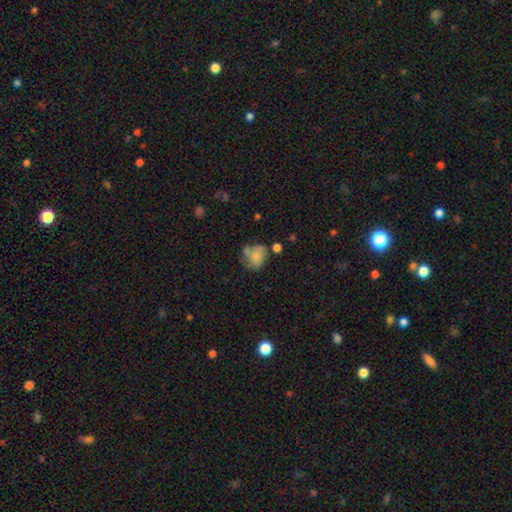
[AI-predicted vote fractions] Overall: smooth (69%). How rounded: round (57%; in between 42%). Merging: none (40%; minor disturbance 25%).